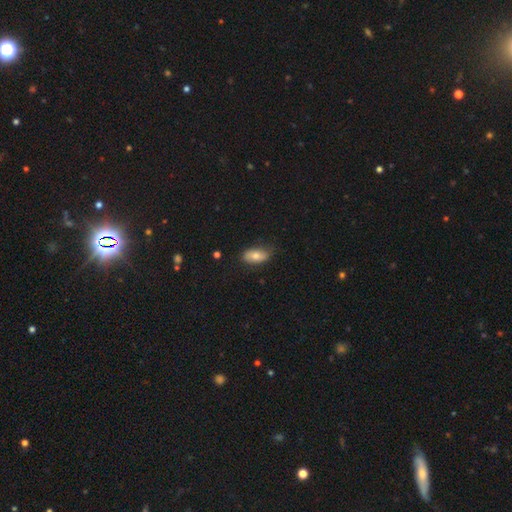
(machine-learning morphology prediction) Smooth or featured? smooth (72%)
How rounded? in between (89%)
Merging? none (75%)